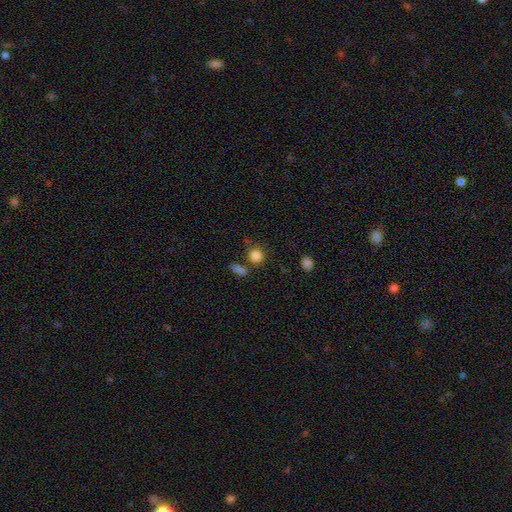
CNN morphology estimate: Smooth or featured? Predicted: smooth (p=0.85). How rounded? Predicted: round (p=0.85). Merging? Predicted: none (p=0.72).